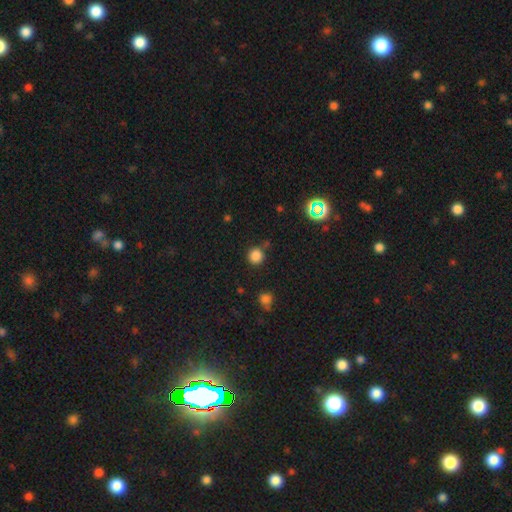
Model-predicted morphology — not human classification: A smooth galaxy with no disk features (82%) that is round (94%). Merging: none (81%).